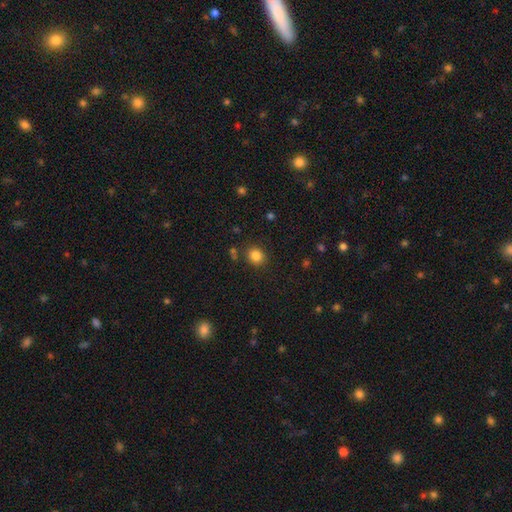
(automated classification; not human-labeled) Smooth or featured? Predicted: smooth (p=0.84). How rounded? Predicted: round (p=0.77). Merging? Predicted: none (p=0.85).